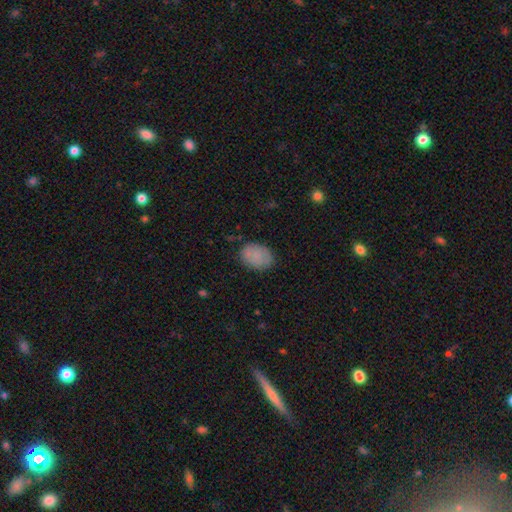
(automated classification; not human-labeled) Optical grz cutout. It shows a smooth galaxy with no disk features (84%) that is in between round and cigar-shaped (72%). Merging: none (82%).